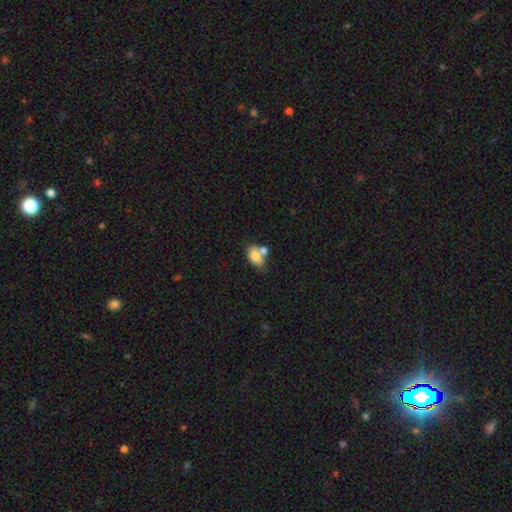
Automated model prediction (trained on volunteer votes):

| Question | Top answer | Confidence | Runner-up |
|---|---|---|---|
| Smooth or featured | smooth | 78% | featured or disk (14%) |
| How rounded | in between | 84% | round (14%) |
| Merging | merger | 41% | none (40%) |